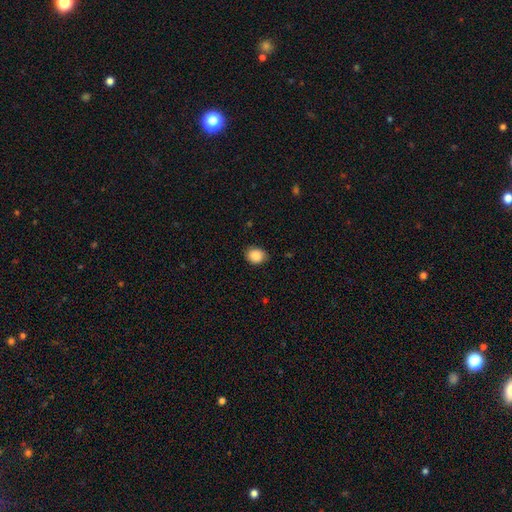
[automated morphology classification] smooth 89%, star or artifact 8%, featured or disk 3%. Down the decision tree: how rounded — round (56%); merging — none (82%).